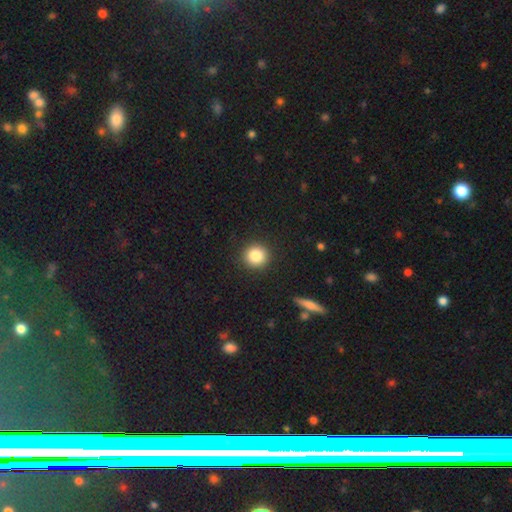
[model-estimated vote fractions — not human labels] Overall: smooth (85%). How rounded: round (93%). Merging: none (91%).